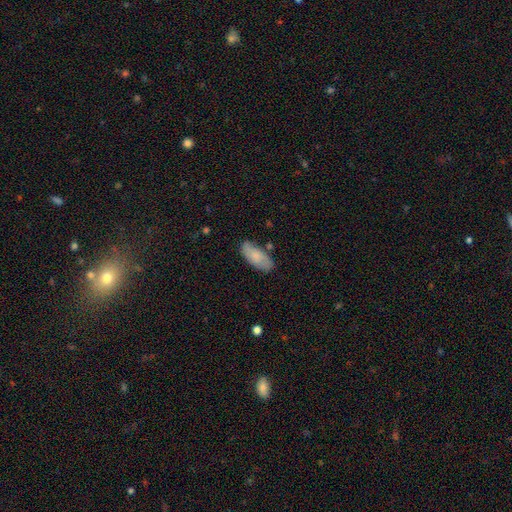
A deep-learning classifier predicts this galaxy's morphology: The model was most divided on "smooth or featured": smooth: 75%, featured or disk: 19%, star or artifact: 7%. More confident: how rounded — in between (87%); merging — none (75%).